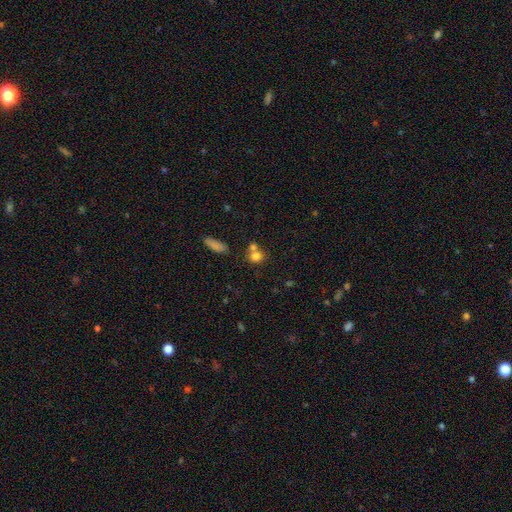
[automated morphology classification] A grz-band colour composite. It shows a smooth galaxy with no disk features (78%) that is round (72%). Merging: none (48%).